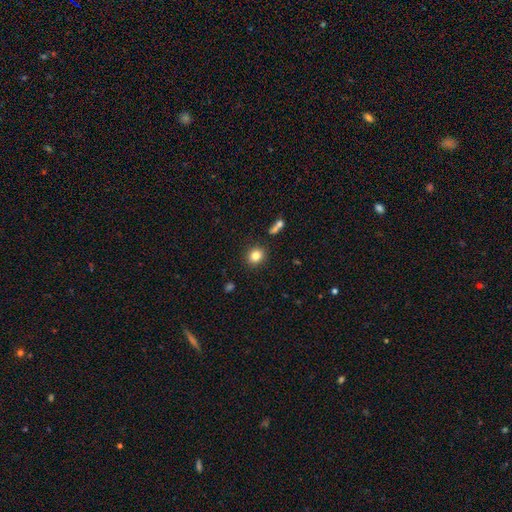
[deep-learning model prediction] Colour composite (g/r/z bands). It shows a smooth galaxy with no disk features (82%) that is round (78%). Merging: none (88%).